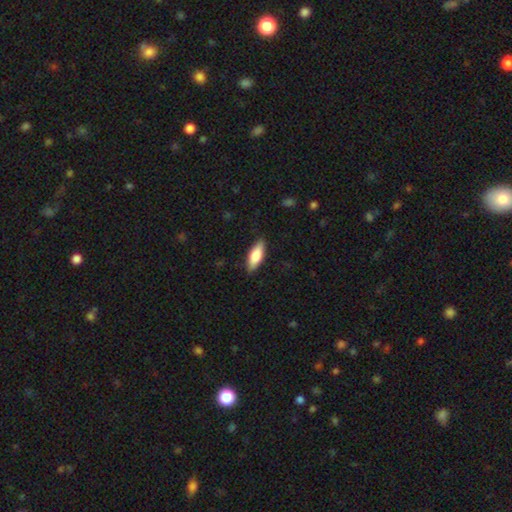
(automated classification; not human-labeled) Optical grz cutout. It shows a smooth galaxy with no disk features (79%) that is in between round and cigar-shaped (66%). Merging: none (86%).